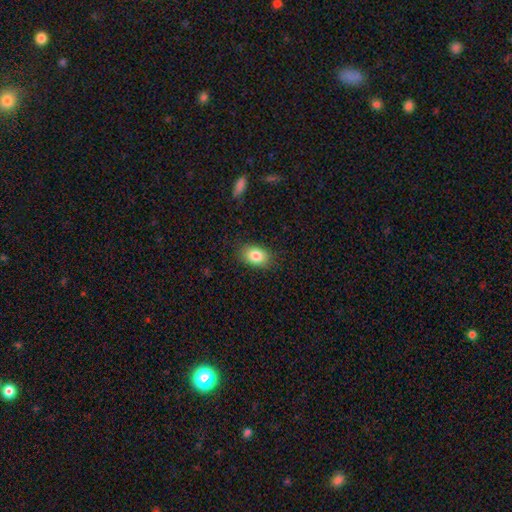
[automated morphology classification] smooth 84%, featured or disk 8%, star or artifact 8%. Down the decision tree: how rounded — in between (84%); merging — none (86%).